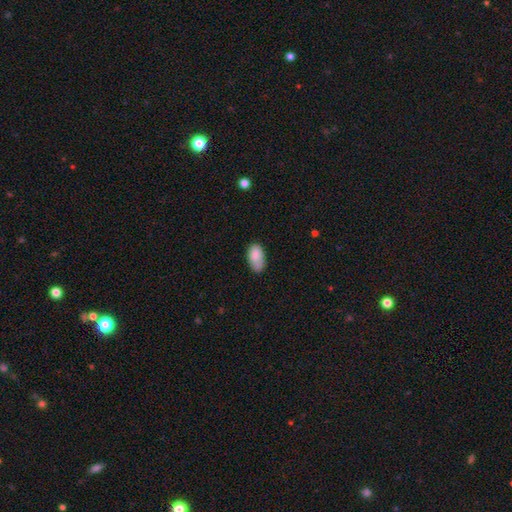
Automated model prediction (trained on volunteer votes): smooth 85%, featured or disk 8%, star or artifact 7%. Down the decision tree: how rounded — in between (93%); merging — none (62%).